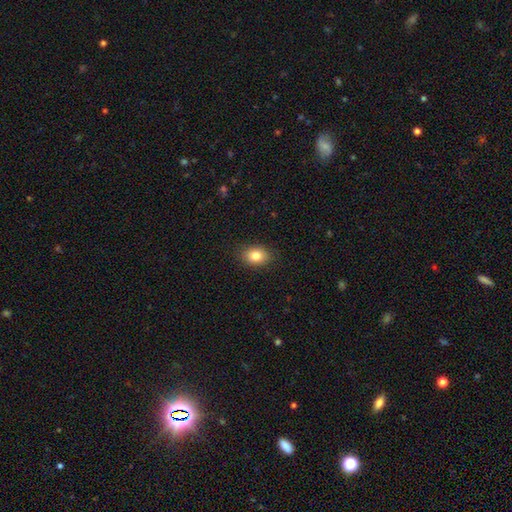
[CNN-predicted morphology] This is clearly a smooth galaxy (82%). How rounded: likely in between (68%). Merging: clearly none (88%).